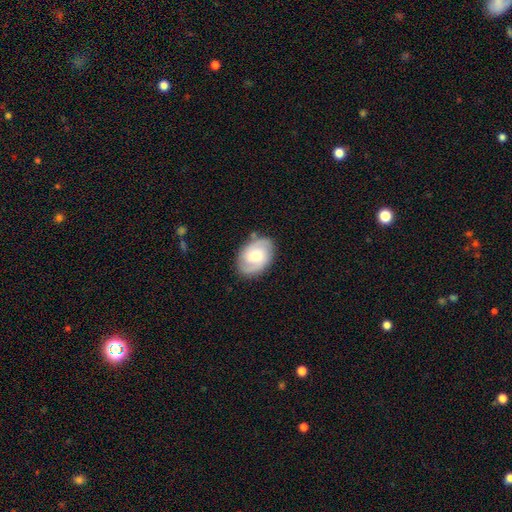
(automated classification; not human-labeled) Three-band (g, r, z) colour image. It shows a featured or disk galaxy (67%) with no bar (51%), 2 (83%) medium (44%) spiral arms (91%) and a moderate central bulge (50%). Merging: none (80%).